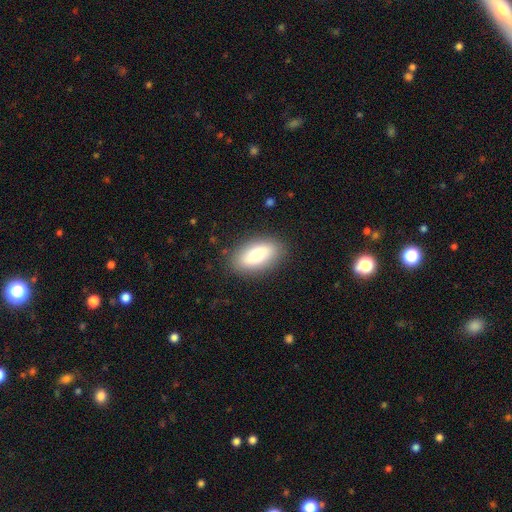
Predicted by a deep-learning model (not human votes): Smooth or featured? Predicted: smooth (p=0.78). How rounded? Predicted: in between (p=0.90). Merging? Predicted: none (p=0.85).